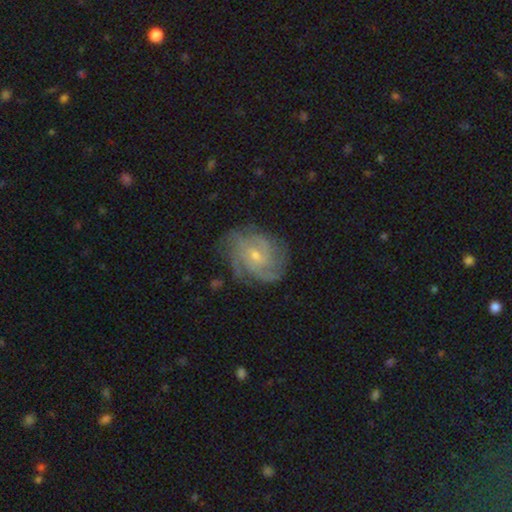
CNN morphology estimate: smooth_or_featured: featured or disk (p=0.83) [alt: smooth p=0.11]
disk_edge_on: no (p=0.98) [alt: yes p=0.02]
bar: no (p=0.52) [alt: weak p=0.41]
has_spiral_arms: yes (p=0.95) [alt: no p=0.05]
spiral_winding: tight (p=0.54) [alt: medium p=0.37]
spiral_arm_count: 3 (p=0.27) [alt: can't tell p=0.26]
bulge_size: small (p=0.62) [alt: moderate p=0.35]
merging: none (p=0.71) [alt: minor disturbance p=0.20]